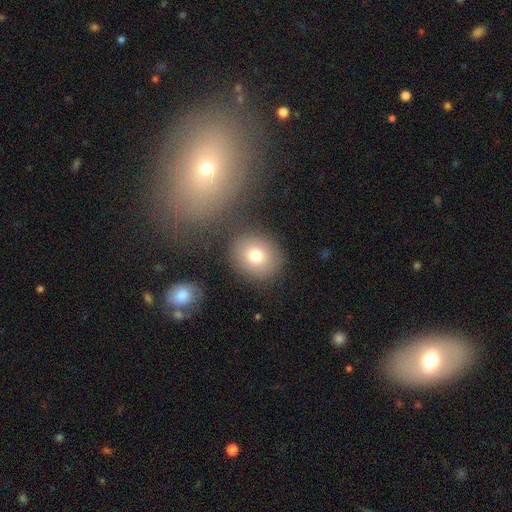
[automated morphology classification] A smooth galaxy with no disk features (77%) that is round (80%).

Vote fractions:
- Smooth or featured? smooth: 77% / featured or disk: 12% / star or artifact: 11%
- How rounded? round: 80% / in between: 19% / cigar-shaped: 1%
- Merging? none: 83% / minor disturbance: 9% / merger: 5% / major disturbance: 3%